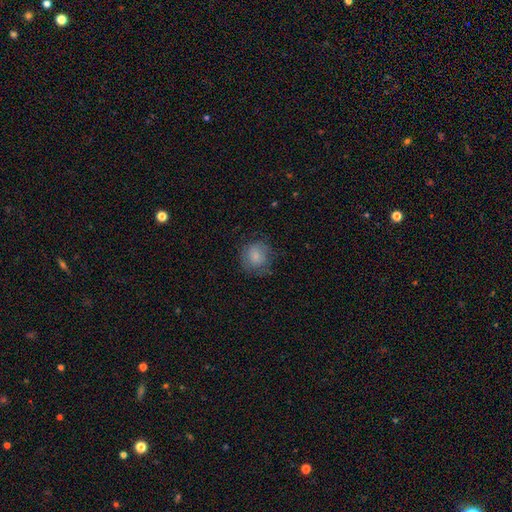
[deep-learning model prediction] Morphology: type=smooth (81%); roundness=round (85%); merging=none (70%).